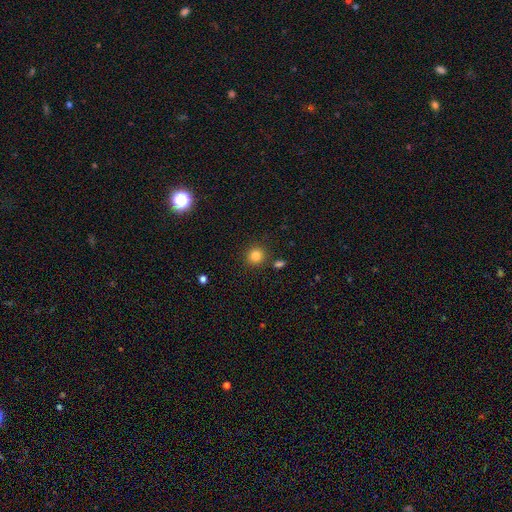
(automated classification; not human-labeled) Q: Smooth or featured?
A: smooth (83%); runner-up: star or artifact (12%)
Q: How rounded?
A: round (92%); runner-up: in between (7%)
Q: Merging?
A: none (86%); runner-up: minor disturbance (7%)